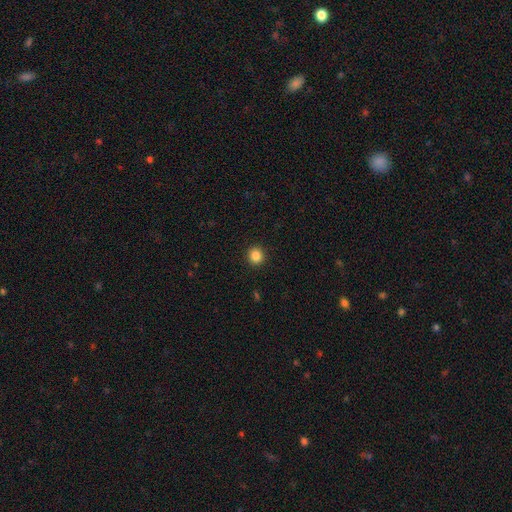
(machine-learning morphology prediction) Q: Smooth or featured?
A: smooth (86%); runner-up: star or artifact (10%)
Q: How rounded?
A: round (90%); runner-up: in between (9%)
Q: Merging?
A: none (93%); runner-up: minor disturbance (5%)